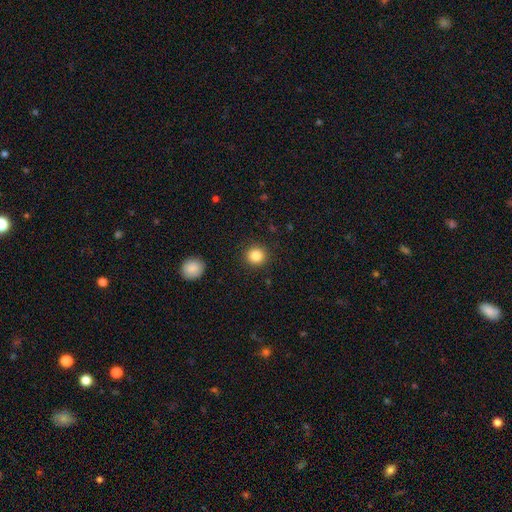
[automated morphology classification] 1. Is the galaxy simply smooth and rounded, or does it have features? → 85% smooth, 10% star or artifact, 5% featured or disk.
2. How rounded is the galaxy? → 92% round, 7% in between, 1% cigar-shaped.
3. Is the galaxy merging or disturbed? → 91% none, 6% minor disturbance, 2% major disturbance, 1% merger.